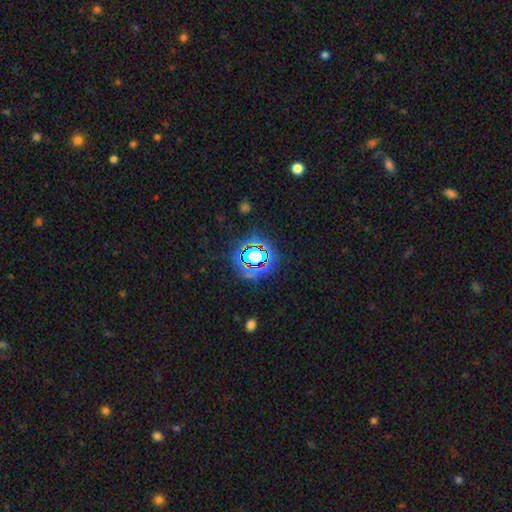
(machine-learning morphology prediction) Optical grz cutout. It shows a star or artifact, not a galaxy (68%).